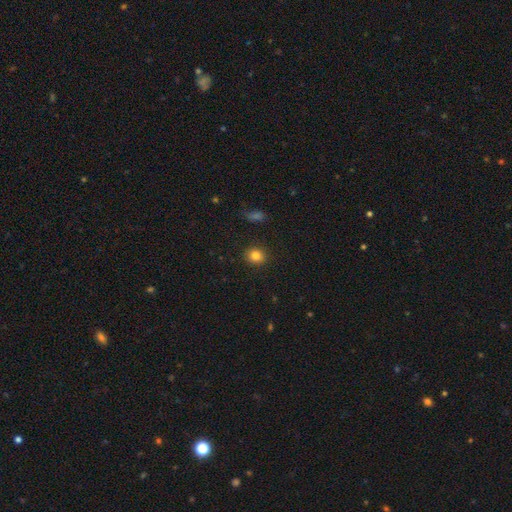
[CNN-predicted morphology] Smooth or featured? smooth (82%)
How rounded? round (78%)
Merging? none (90%)